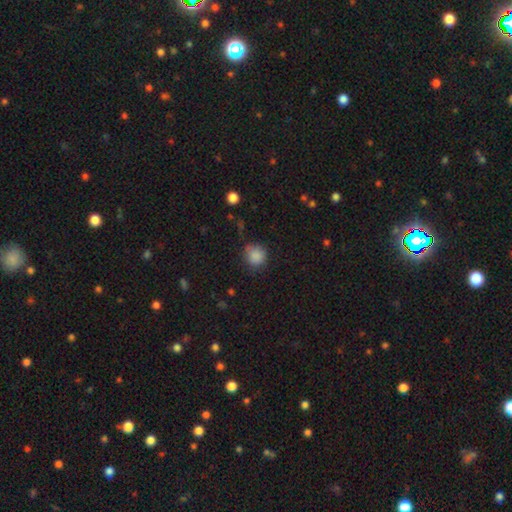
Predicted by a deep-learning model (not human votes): The model was most divided on "merging": none: 70%, minor disturbance: 22%, major disturbance: 6%, merger: 2%. More confident: how rounded — round (87%); smooth or featured — smooth (86%).